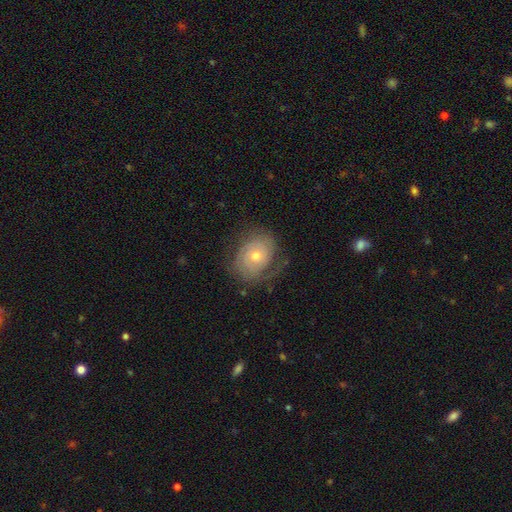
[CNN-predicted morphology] Q: Smooth or featured?
A: featured or disk (74%); runner-up: smooth (19%)
Q: Edge-on disk?
A: no (97%); runner-up: yes (3%)
Q: Bar?
A: no (78%); runner-up: weak (19%)
Q: Spiral arms?
A: yes (89%); runner-up: no (11%)
Q: Spiral winding?
A: tight (66%); runner-up: medium (25%)
Q: Spiral arm count?
A: 2 (47%); runner-up: can't tell (30%)
Q: Bulge size?
A: moderate (52%); runner-up: small (44%)
Q: Merging?
A: none (67%); runner-up: minor disturbance (20%)